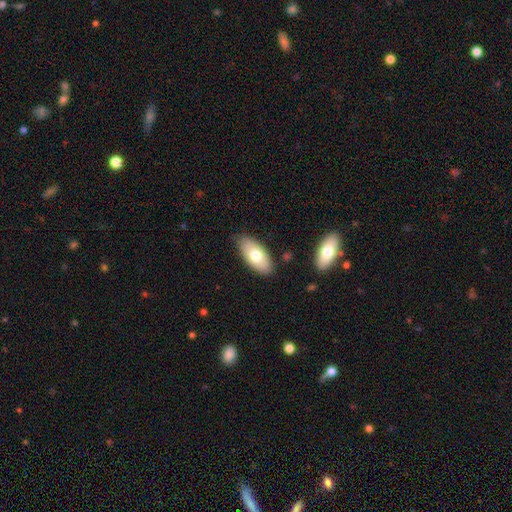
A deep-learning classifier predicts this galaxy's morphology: Smooth or featured? Predicted: smooth (p=0.72). How rounded? Predicted: in between (p=0.91). Merging? Predicted: none (p=0.81).